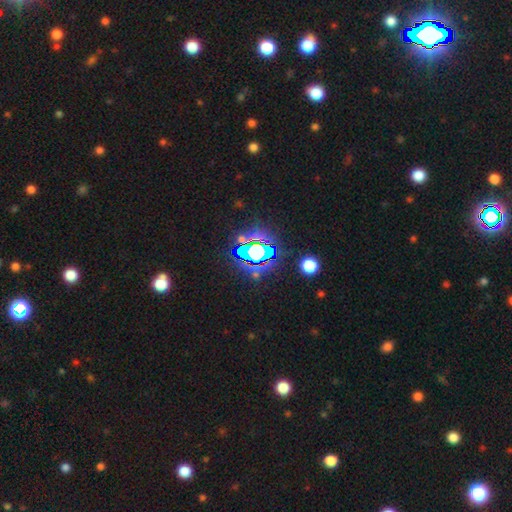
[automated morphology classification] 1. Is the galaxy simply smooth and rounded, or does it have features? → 74% star or artifact, 16% smooth, 11% featured or disk.